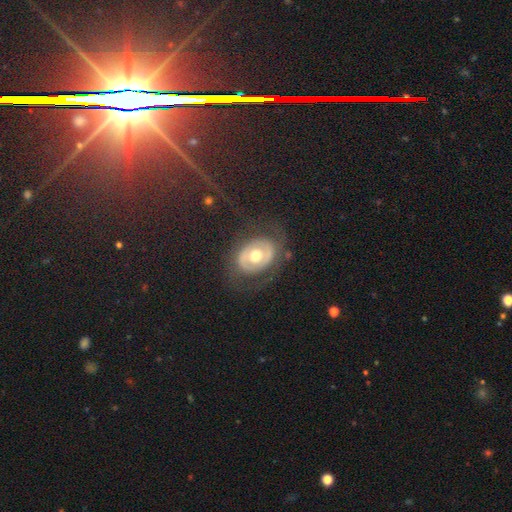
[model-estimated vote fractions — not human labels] smooth_or_featured: featured or disk (p=0.58) [alt: smooth p=0.35]
disk_edge_on: no (p=0.94) [alt: yes p=0.06]
bar: no (p=0.77) [alt: weak p=0.15]
has_spiral_arms: no (p=0.76) [alt: yes p=0.24]
bulge_size: moderate (p=0.72) [alt: large p=0.19]
merging: none (p=0.72) [alt: minor disturbance p=0.14]